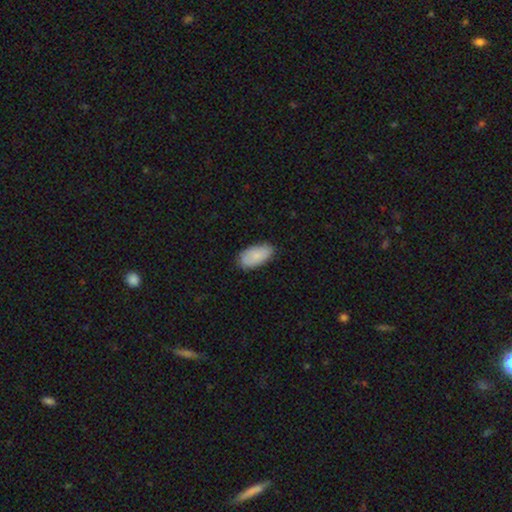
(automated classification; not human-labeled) This is clearly a smooth galaxy (86%). How rounded: clearly in between (94%). Merging: likely none (78%).